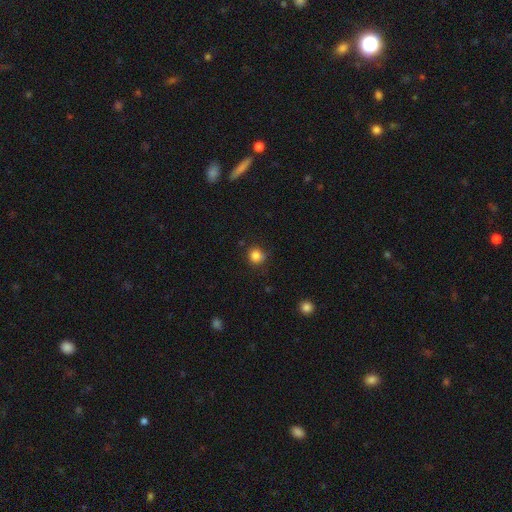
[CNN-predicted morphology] smooth_or_featured: smooth (p=0.84) [alt: star or artifact p=0.12]
how_rounded: round (p=0.89) [alt: in between p=0.10]
merging: none (p=0.79) [alt: minor disturbance p=0.15]